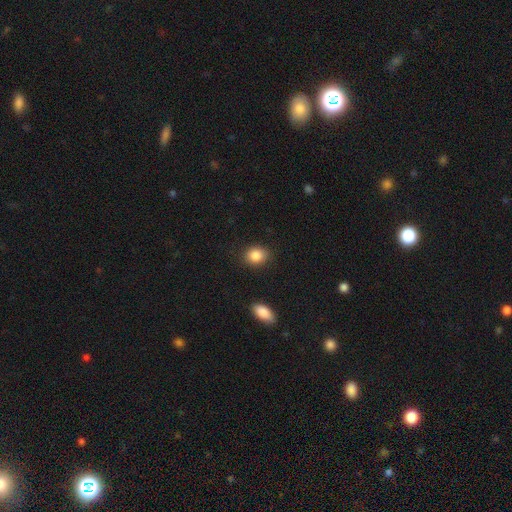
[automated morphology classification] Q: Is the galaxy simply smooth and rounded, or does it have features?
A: smooth — 86%.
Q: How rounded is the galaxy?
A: round — 53%.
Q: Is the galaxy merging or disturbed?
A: none — 86%.